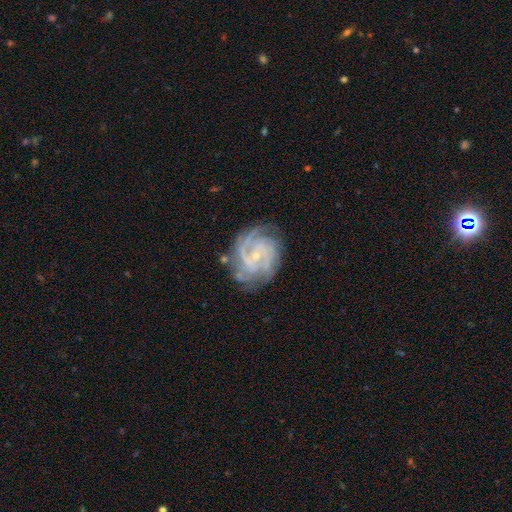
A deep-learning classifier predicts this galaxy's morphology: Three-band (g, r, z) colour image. It shows a featured or disk galaxy (89%) with no bar (62%), 3 (27%) tight (68%) spiral arms (98%) and a small central bulge (82%). Merging: none (74%).